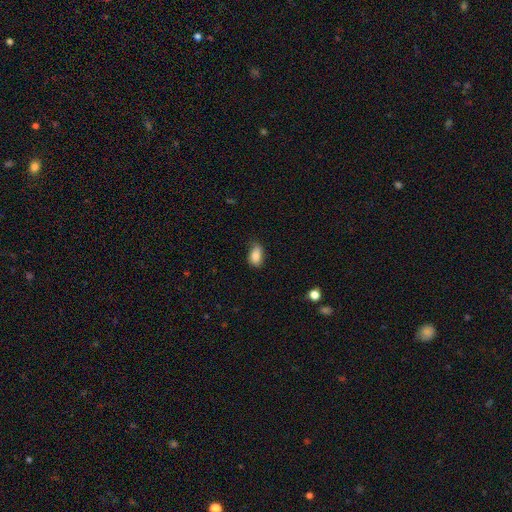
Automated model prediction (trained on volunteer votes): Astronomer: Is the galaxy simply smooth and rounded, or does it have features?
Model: smooth — 85%.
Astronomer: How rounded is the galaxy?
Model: in between — 90%.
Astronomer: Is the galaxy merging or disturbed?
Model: none — 66%.